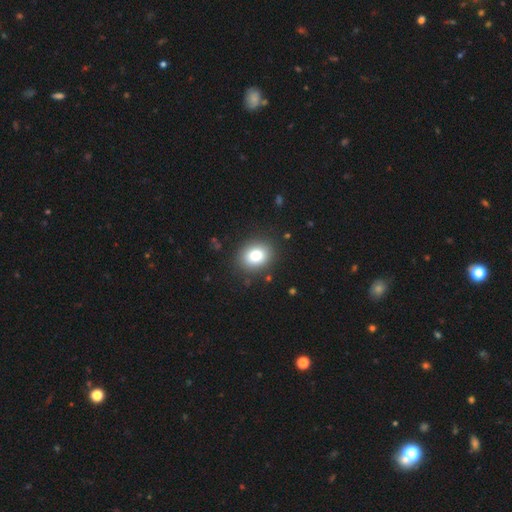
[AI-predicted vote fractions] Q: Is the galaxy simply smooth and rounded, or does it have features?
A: smooth — 79%.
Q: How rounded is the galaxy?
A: round — 58%.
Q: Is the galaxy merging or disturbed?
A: none — 88%.